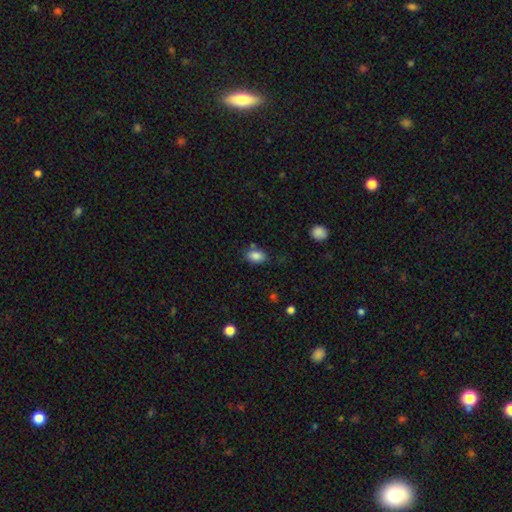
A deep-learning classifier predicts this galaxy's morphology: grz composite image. It shows a smooth galaxy with no disk features (85%) that is in between round and cigar-shaped (86%). Merging: none (71%).